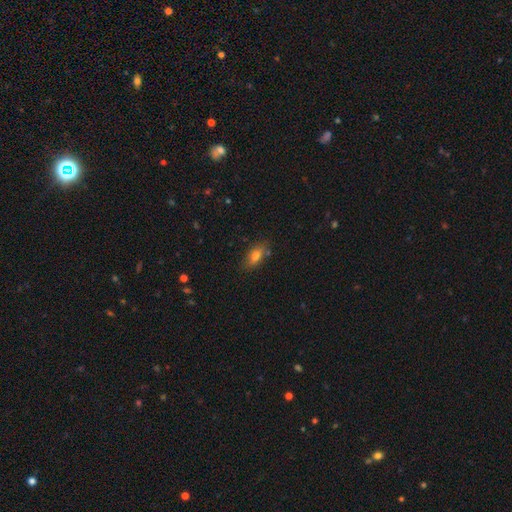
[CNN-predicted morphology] smooth_or_featured: smooth (p=0.76) [alt: featured or disk p=0.14]
how_rounded: in between (p=0.83) [alt: cigar-shaped p=0.12]
merging: none (p=0.77) [alt: minor disturbance p=0.15]